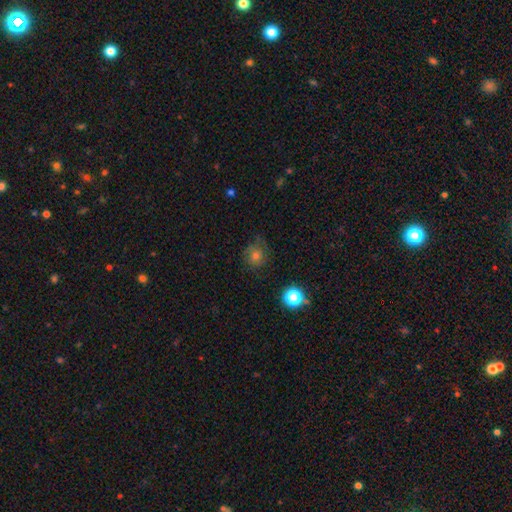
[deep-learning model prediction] The model was most divided on "smooth or featured": smooth: 56%, featured or disk: 24%, star or artifact: 20%. More confident: how rounded — round (82%); merging — none (70%).